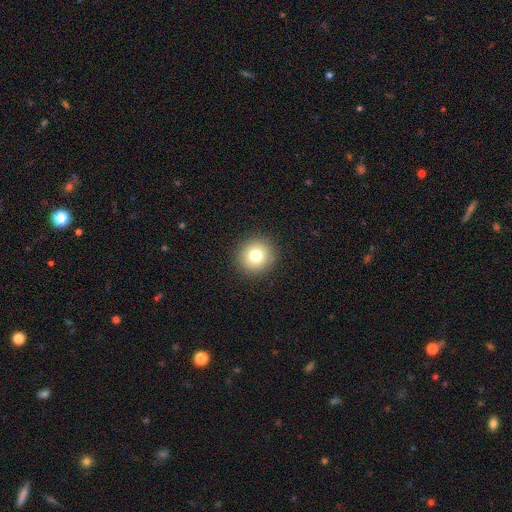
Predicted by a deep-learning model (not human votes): Overall: smooth (77%). How rounded: round (93%). Merging: none (92%).